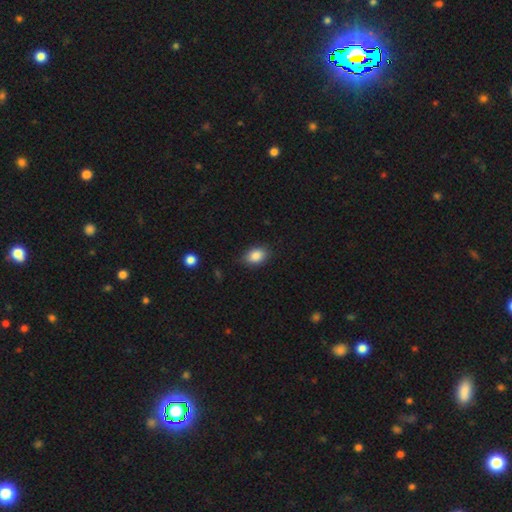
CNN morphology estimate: type=smooth (87%); roundness=in between (79%); merging=none (82%).